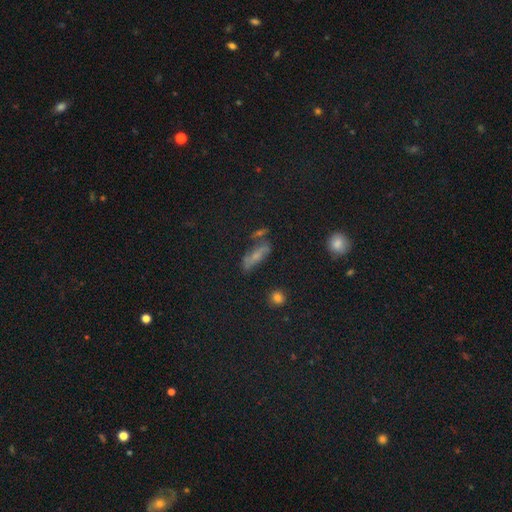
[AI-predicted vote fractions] smooth-or-featured: smooth: 49% | star or artifact: 28% | featured or disk: 23%
  merging: none: 57% | minor disturbance: 20% | major disturbance: 12% | merger: 11%